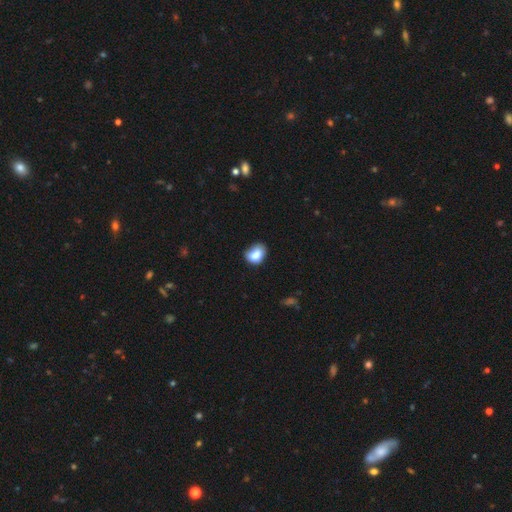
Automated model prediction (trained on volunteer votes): Overall: smooth (79%). How rounded: in between (65%; round 34%). Merging: none (52%; minor disturbance 30%).